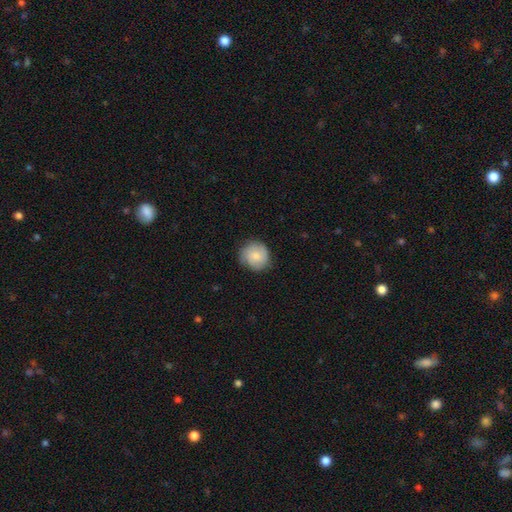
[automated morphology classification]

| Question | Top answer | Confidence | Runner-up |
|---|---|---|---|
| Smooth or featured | smooth | 65% | featured or disk (28%) |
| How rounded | round | 89% | in between (10%) |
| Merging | none | 78% | minor disturbance (18%) |